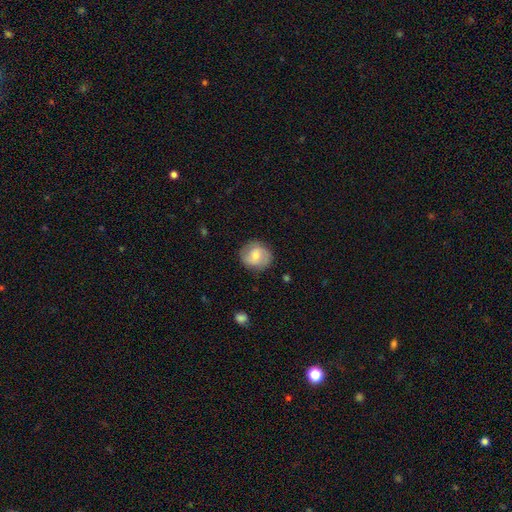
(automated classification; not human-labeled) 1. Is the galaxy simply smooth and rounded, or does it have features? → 49% smooth, 44% featured or disk, 7% star or artifact.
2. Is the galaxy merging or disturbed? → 83% none, 12% minor disturbance, 4% major disturbance, 1% merger.